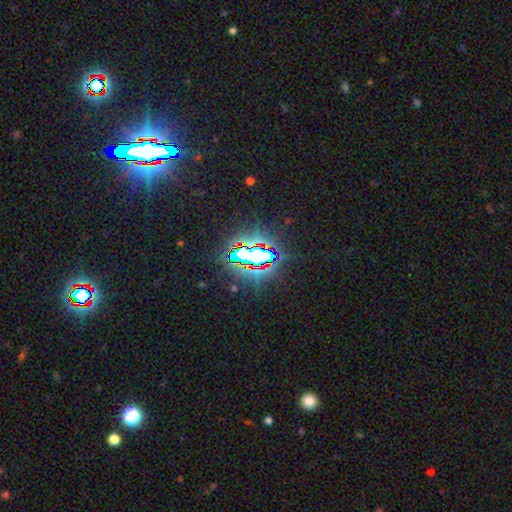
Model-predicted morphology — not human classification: smooth-or-featured: star or artifact: 73% | smooth: 15% | featured or disk: 12%